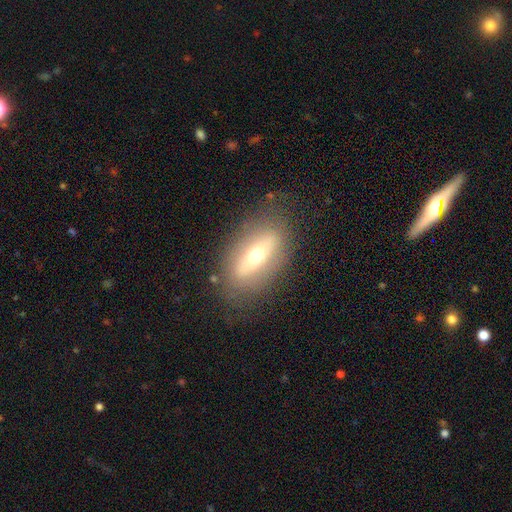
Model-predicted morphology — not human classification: smooth-or-featured: featured or disk: 51% | smooth: 41% | star or artifact: 9%
  disk-edge-on: no: 60% | yes: 40%
  merging: none: 79% | minor disturbance: 13% | major disturbance: 6% | merger: 2%